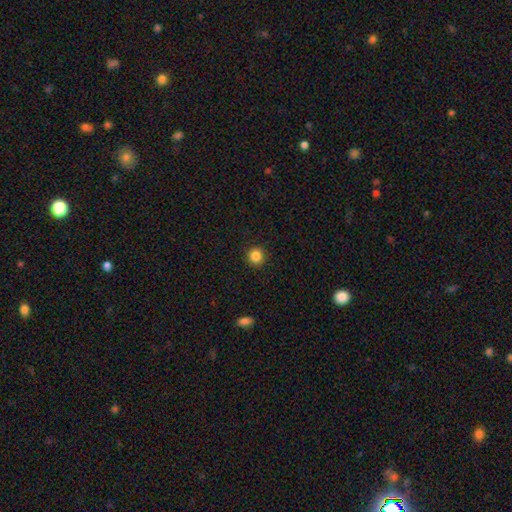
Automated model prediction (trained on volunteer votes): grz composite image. It shows a smooth galaxy with no disk features (85%) that is round (93%). Merging: none (92%).